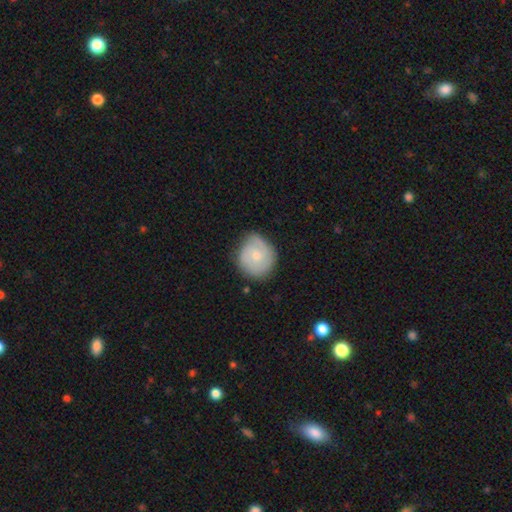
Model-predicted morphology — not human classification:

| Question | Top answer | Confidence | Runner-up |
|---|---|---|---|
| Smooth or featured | smooth | 49% | featured or disk (45%) |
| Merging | none | 66% | minor disturbance (27%) |